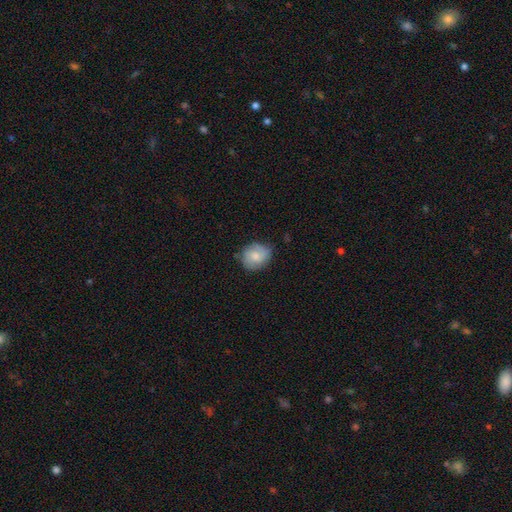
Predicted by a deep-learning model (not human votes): Smooth or featured? smooth (65%)
How rounded? round (66%)
Merging? none (68%)